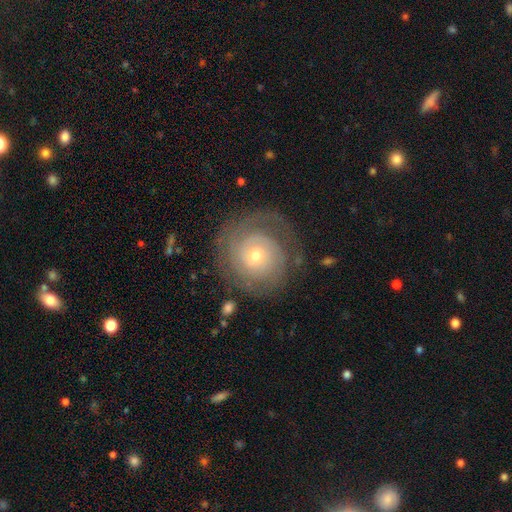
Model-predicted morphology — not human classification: Smooth or featured? featured or disk (74%)
Edge-on disk? no (97%)
Bar? no (75%)
Spiral arms? yes (90%)
Spiral winding? tight (77%)
Spiral arm count? 2 (37%)
Bulge size? small (50%)
Merging? none (76%)